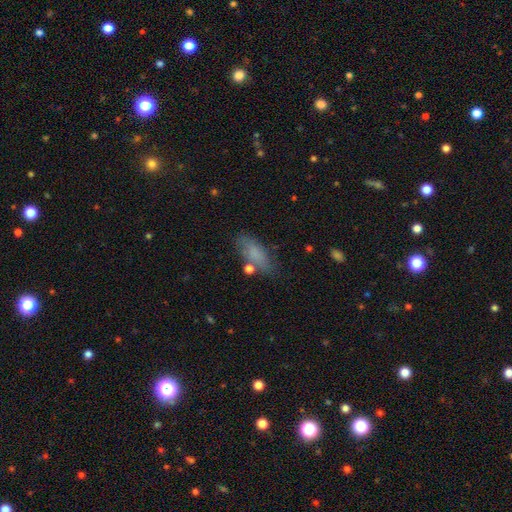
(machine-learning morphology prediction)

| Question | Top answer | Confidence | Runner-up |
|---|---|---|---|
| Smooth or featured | smooth | 77% | featured or disk (14%) |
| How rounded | in between | 77% | cigar-shaped (20%) |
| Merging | none | 67% | minor disturbance (20%) |